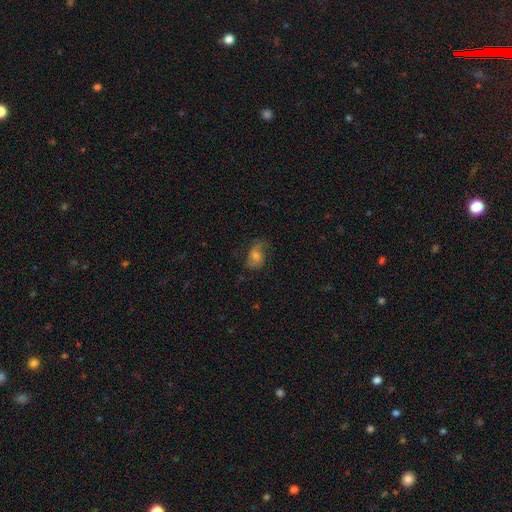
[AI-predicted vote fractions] A smooth galaxy with no disk features (46%). Merging: none (63%).